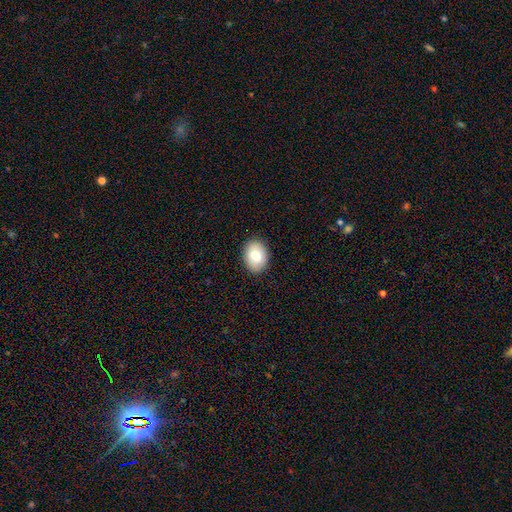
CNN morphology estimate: Smooth or featured?
  - smooth: 82% *
  - featured or disk: 11%
  - star or artifact: 7%
How rounded?
  - in between: 75% *
  - round: 24%
  - cigar-shaped: 1%
Merging?
  - none: 89% *
  - minor disturbance: 8%
  - major disturbance: 2%
  - merger: 1%